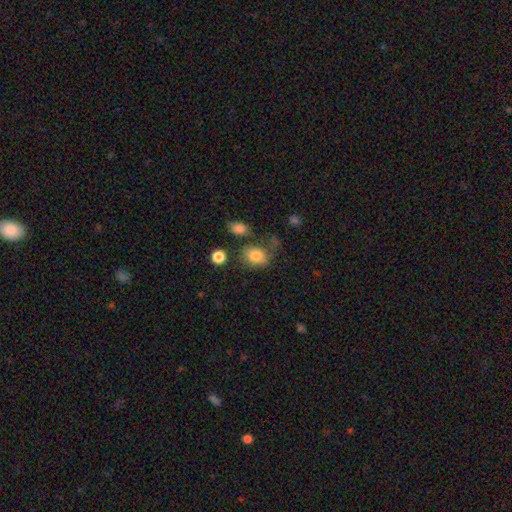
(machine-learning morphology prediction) This appears to be a smooth galaxy with no disk features (81%) that is in between round and cigar-shaped (61%). Merging: none (62%).